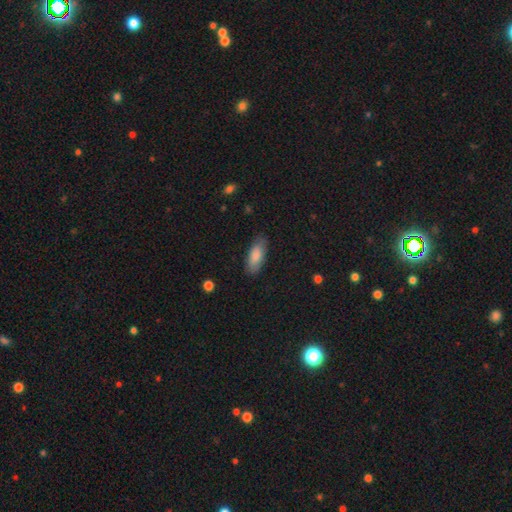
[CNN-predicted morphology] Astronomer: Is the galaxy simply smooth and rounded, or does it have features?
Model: smooth — 85%.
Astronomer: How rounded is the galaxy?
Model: in between — 79%.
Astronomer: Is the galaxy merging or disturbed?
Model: none — 83%.